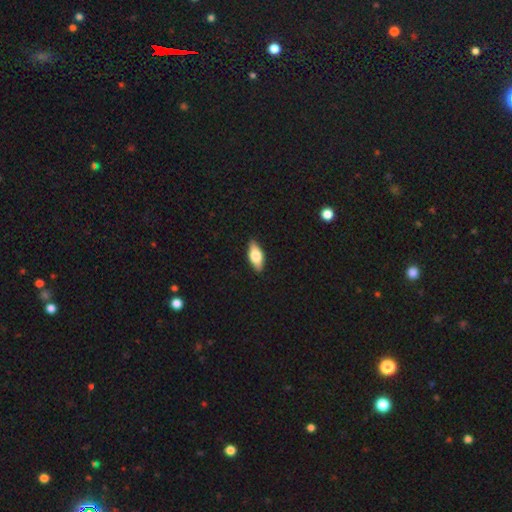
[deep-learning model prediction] smooth 61%, featured or disk 33%, star or artifact 6%. Down the decision tree: how rounded — in between (80%); merging — none (89%).